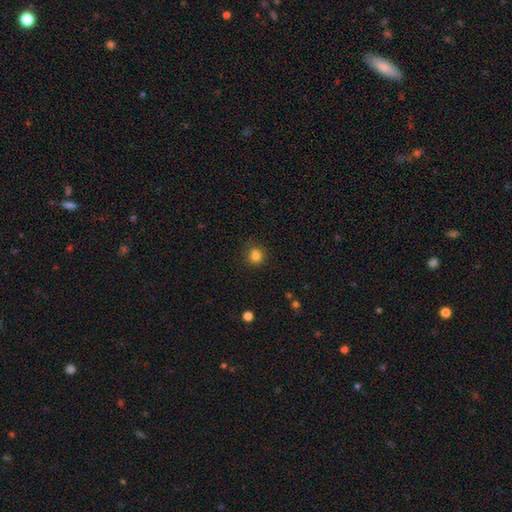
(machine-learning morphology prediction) Smooth or featured? Predicted: smooth (p=0.82). How rounded? Predicted: round (p=0.87). Merging? Predicted: none (p=0.80).